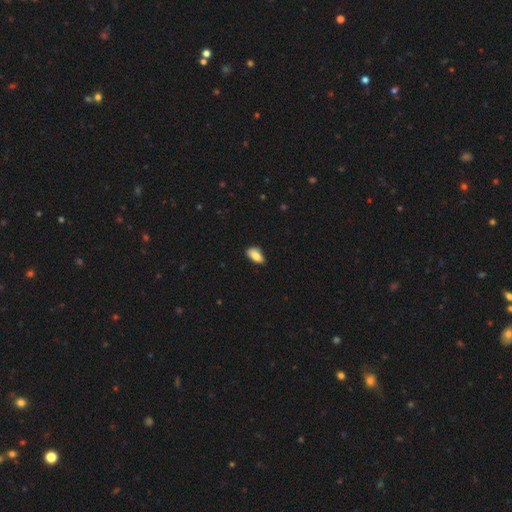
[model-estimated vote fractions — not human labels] Smooth or featured?
  - smooth: 84% *
  - featured or disk: 9%
  - star or artifact: 7%
How rounded?
  - in between: 91% *
  - cigar-shaped: 6%
  - round: 3%
Merging?
  - none: 72% *
  - minor disturbance: 23%
  - major disturbance: 3%
  - merger: 1%